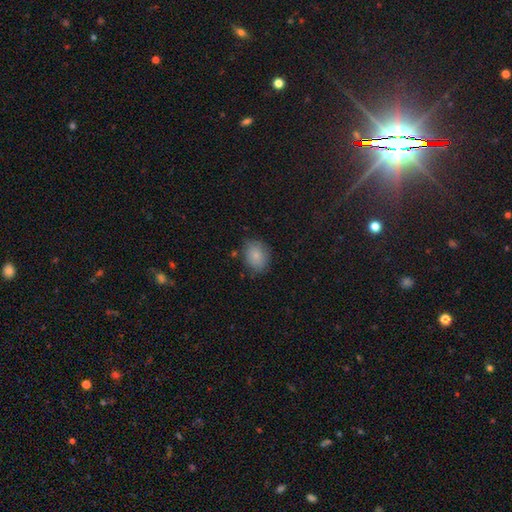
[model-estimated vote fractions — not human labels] Morphology: type=smooth (83%); roundness=in between (56%); merging=none (73%).